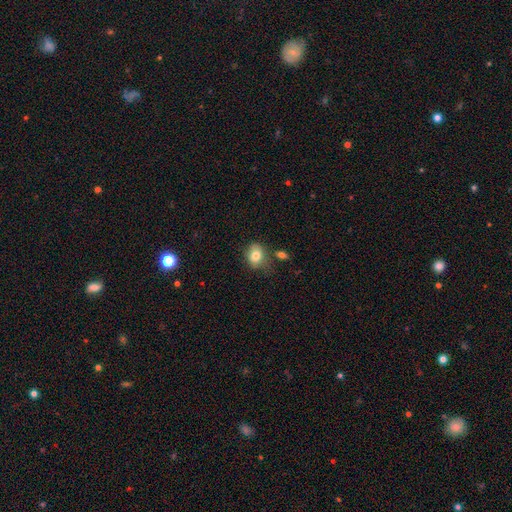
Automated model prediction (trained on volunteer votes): This appears to be a smooth galaxy with no disk features (79%) that is in between round and cigar-shaped (52%). Merging: none (61%).